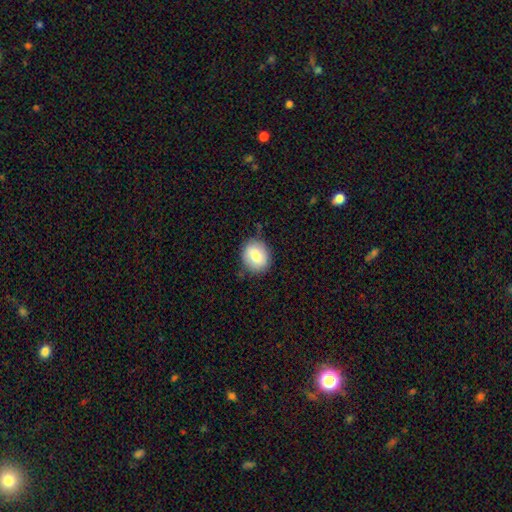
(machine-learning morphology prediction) smooth_or_featured: smooth (p=0.74) [alt: featured or disk p=0.18]
how_rounded: round (p=0.70) [alt: in between p=0.29]
merging: none (p=0.82) [alt: minor disturbance p=0.13]